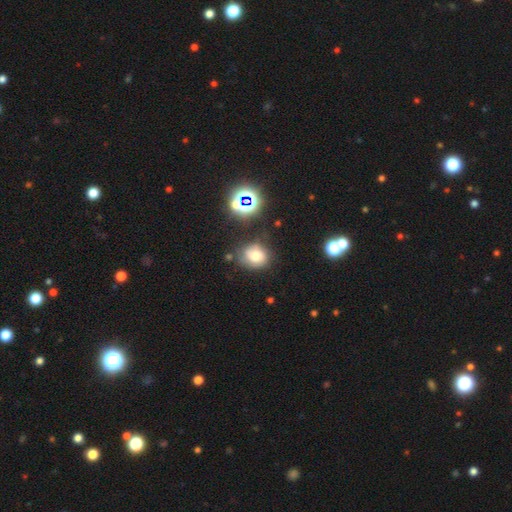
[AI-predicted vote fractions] Smooth or featured? smooth (65%)
How rounded? round (67%)
Merging? none (67%)